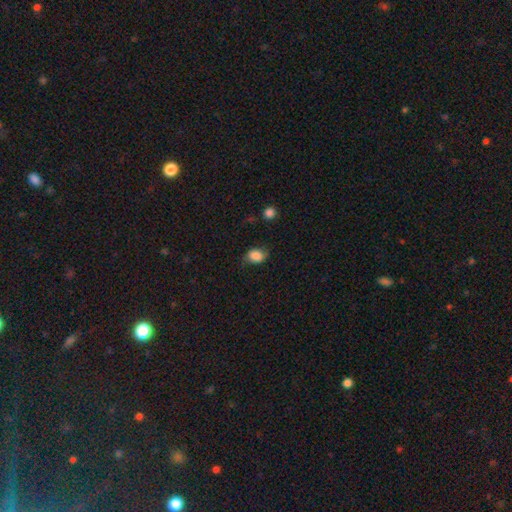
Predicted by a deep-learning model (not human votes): Q: Smooth or featured?
A: smooth (82%); runner-up: featured or disk (9%)
Q: How rounded?
A: in between (63%); runner-up: round (35%)
Q: Merging?
A: none (63%); runner-up: minor disturbance (27%)